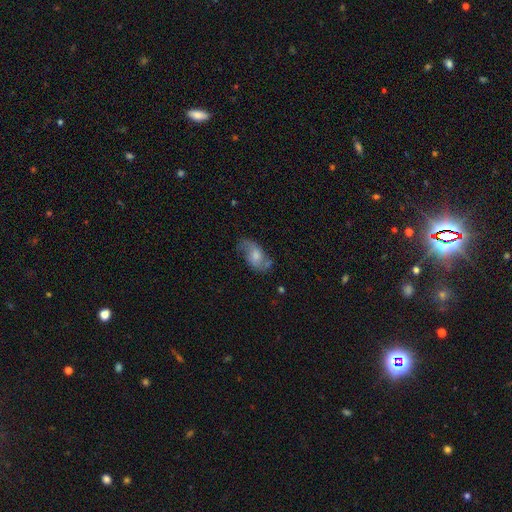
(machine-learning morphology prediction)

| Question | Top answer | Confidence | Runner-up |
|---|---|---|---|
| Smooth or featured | featured or disk | 57% | smooth (36%) |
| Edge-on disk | no | 95% | yes (5%) |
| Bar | no | 55% | weak (37%) |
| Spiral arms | yes | 84% | no (16%) |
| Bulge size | moderate | 45% | small (29%) |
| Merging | none | 55% | minor disturbance (26%) |